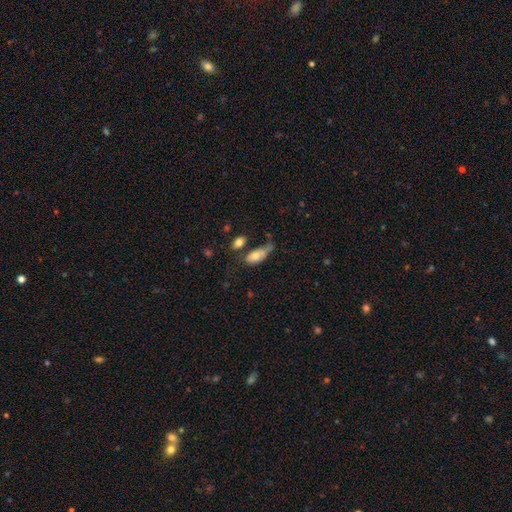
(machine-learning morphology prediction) A smooth galaxy with no disk features (74%) that is in between round and cigar-shaped (86%). Merging: none (33%).